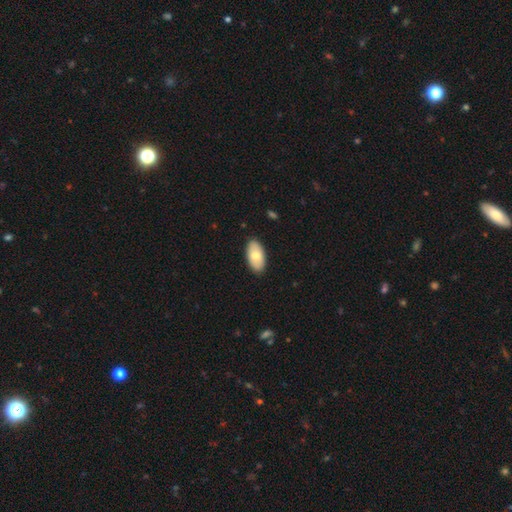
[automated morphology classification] Smooth or featured: smooth — 74% (featured or disk — 21%)
How rounded: in between — 95% (cigar-shaped — 3%)
Merging: none — 89% (minor disturbance — 8%)